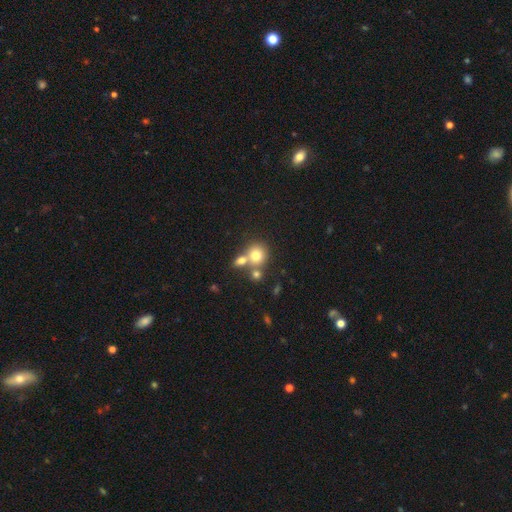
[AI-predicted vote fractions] Smooth or featured: smooth — 75% (featured or disk — 13%)
How rounded: round — 81% (in between — 18%)
Merging: none — 45% (merger — 43%)